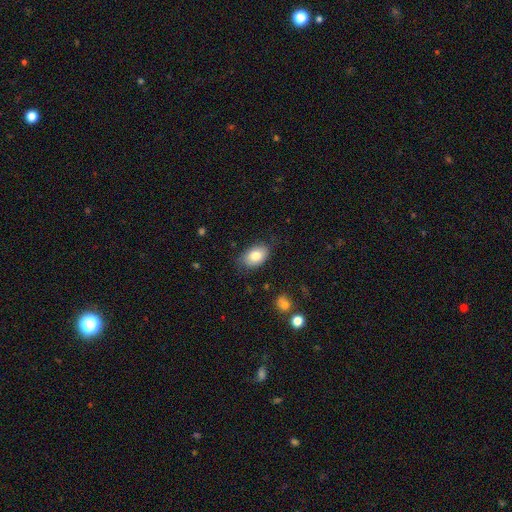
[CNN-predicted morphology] This appears to be a smooth galaxy with no disk features (80%) that is in between round and cigar-shaped (89%). Merging: none (77%).